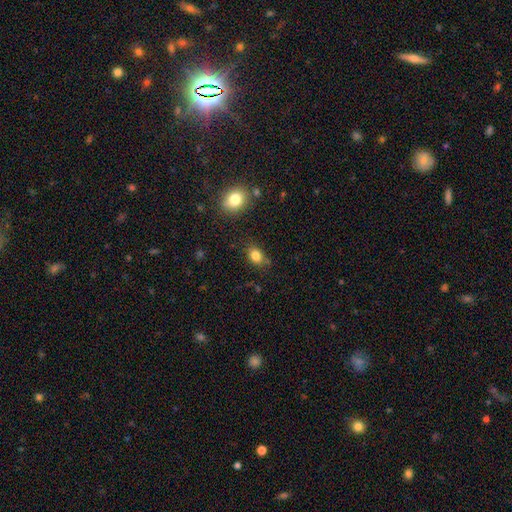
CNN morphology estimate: A smooth galaxy with no disk features (83%) that is in between round and cigar-shaped (64%).

Vote fractions:
- Smooth or featured? smooth: 83% / star or artifact: 11% / featured or disk: 6%
- How rounded? in between: 64% / round: 34% / cigar-shaped: 2%
- Merging? none: 74% / minor disturbance: 17% / major disturbance: 4% / merger: 4%